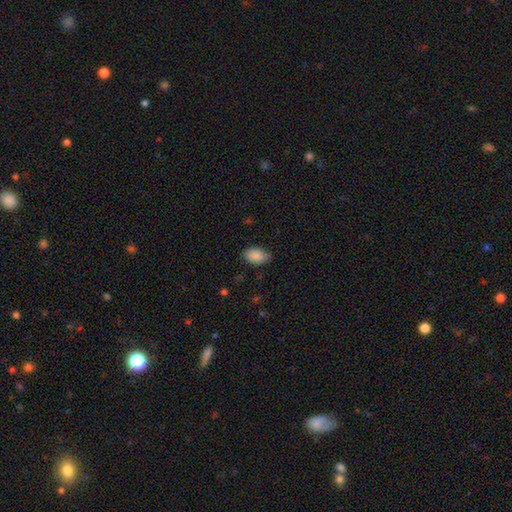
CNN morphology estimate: Q: Smooth or featured?
A: smooth (89%); runner-up: star or artifact (7%)
Q: How rounded?
A: in between (91%); runner-up: round (7%)
Q: Merging?
A: none (82%); runner-up: minor disturbance (14%)